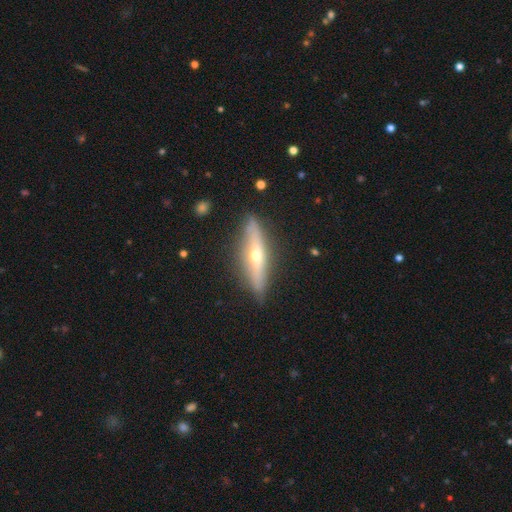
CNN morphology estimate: Overall: featured or disk (68%). Edge-on disk: yes (89%). Edge-on bulge: rounded (91%). Merging: none (87%).